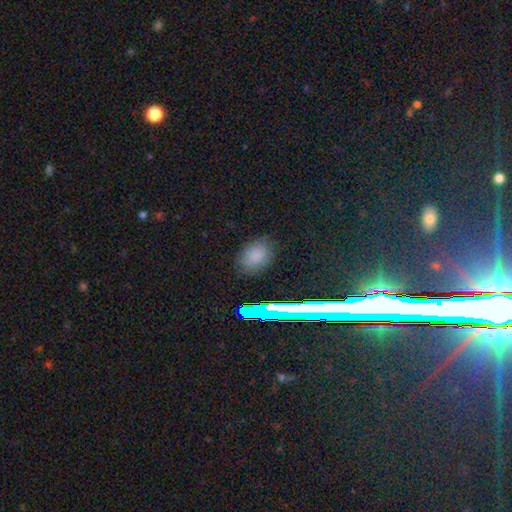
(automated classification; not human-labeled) This appears to be a smooth galaxy with no disk features (75%) that is in between round and cigar-shaped (65%). Merging: none (81%).